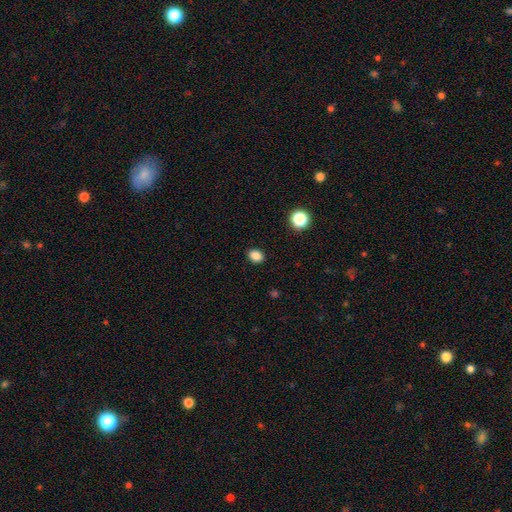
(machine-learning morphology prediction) Overall: smooth (85%). How rounded: in between (56%; round 43%). Merging: none (89%).